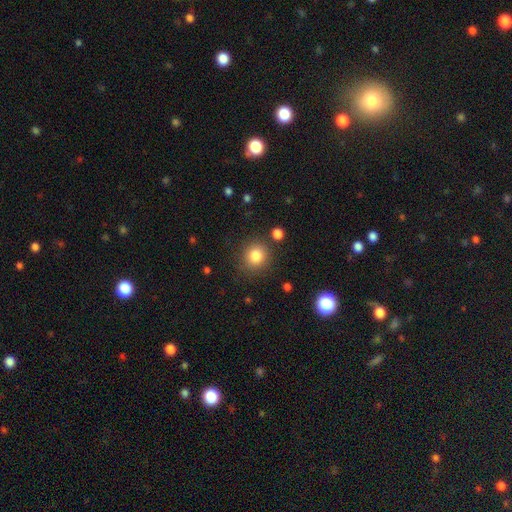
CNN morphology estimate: Q: Smooth or featured?
A: smooth (83%); runner-up: star or artifact (11%)
Q: How rounded?
A: round (86%); runner-up: in between (13%)
Q: Merging?
A: none (85%); runner-up: minor disturbance (9%)